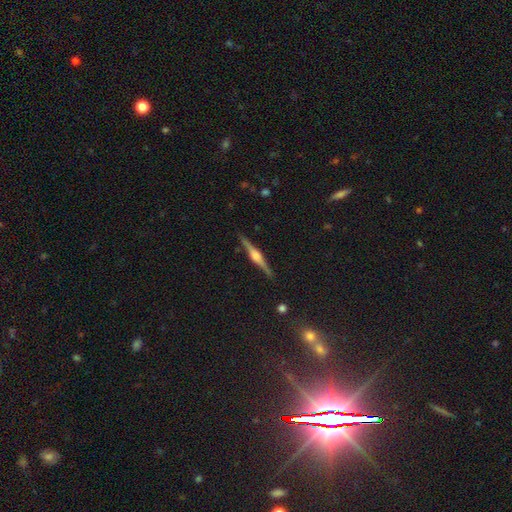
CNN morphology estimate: A featured or disk galaxy (81%) viewed edge-on (98%) with a rounded central bulge (81%). Merging: none (90%).